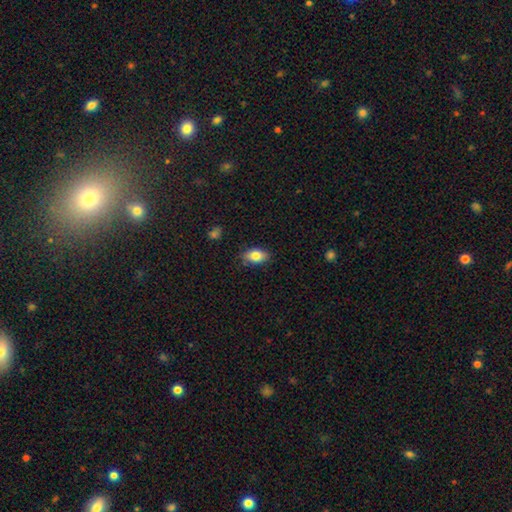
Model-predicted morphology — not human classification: A smooth galaxy with no disk features (82%) that is in between round and cigar-shaped (88%).

Vote fractions:
- Smooth or featured? smooth: 82% / featured or disk: 10% / star or artifact: 8%
- How rounded? in between: 88% / round: 9% / cigar-shaped: 3%
- Merging? none: 82% / minor disturbance: 15% / major disturbance: 3% / merger: 1%